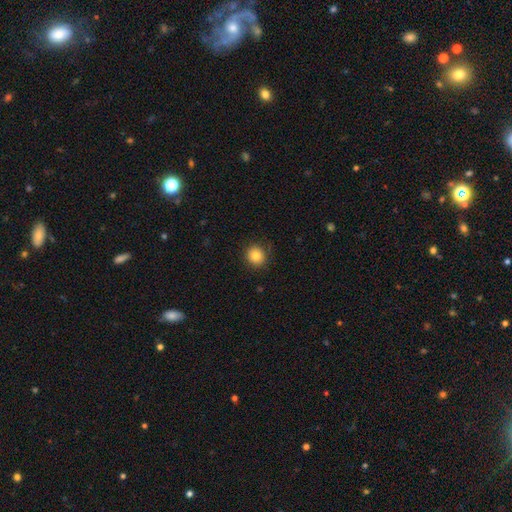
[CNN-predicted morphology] Smooth or featured? Predicted: smooth (p=0.82). How rounded? Predicted: round (p=0.90). Merging? Predicted: none (p=0.87).